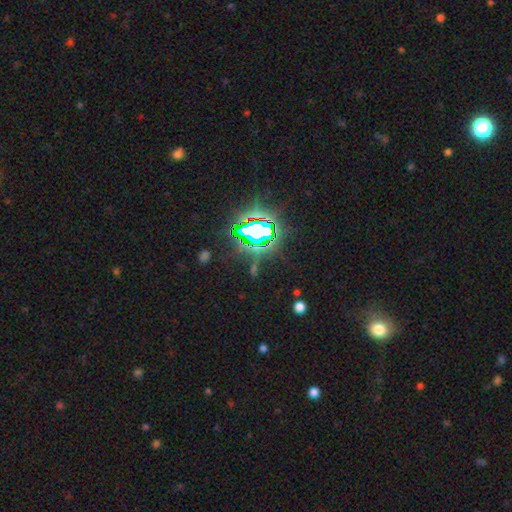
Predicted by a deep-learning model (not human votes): A star or artifact, not a galaxy (81%).